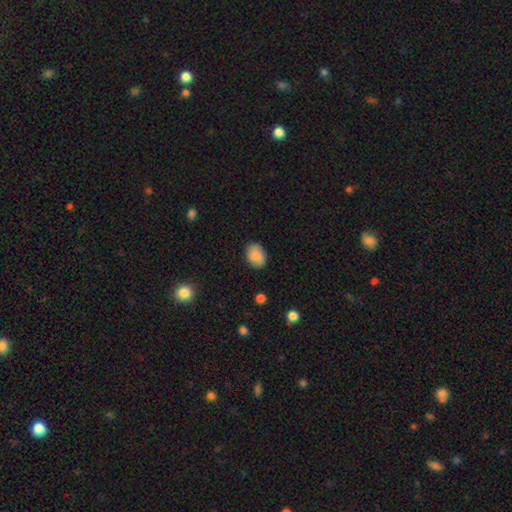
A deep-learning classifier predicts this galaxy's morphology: Smooth or featured? smooth (86%)
How rounded? in between (72%)
Merging? none (85%)